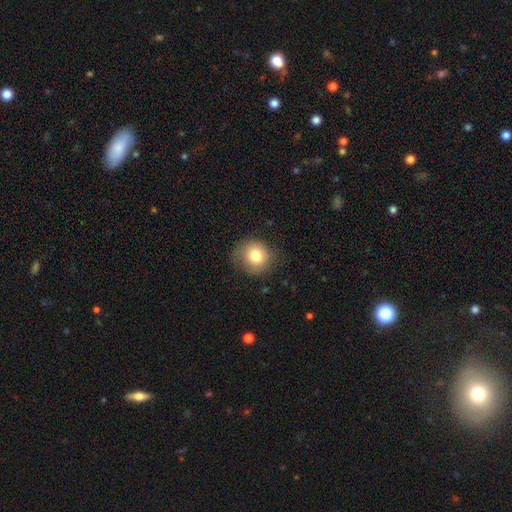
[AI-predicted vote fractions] A smooth galaxy with no disk features (79%) that is round (85%). Merging: none (75%).